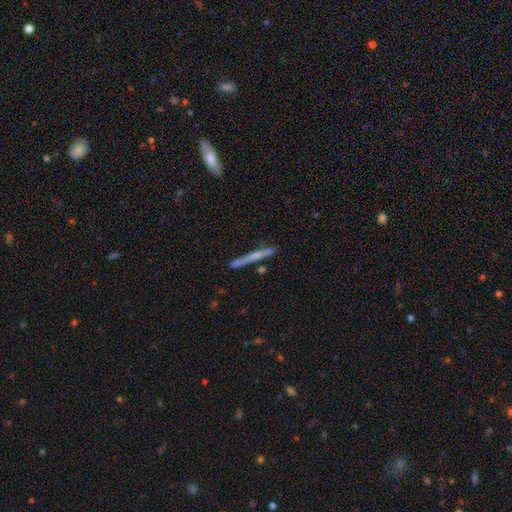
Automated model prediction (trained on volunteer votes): A featured or disk galaxy (50%) viewed edge-on (96%).

Vote fractions:
- Smooth or featured? featured or disk: 50% / smooth: 43% / star or artifact: 6%
- Edge-on disk? yes: 96% / no: 4%
- Merging? none: 79% / minor disturbance: 13% / merger: 5% / major disturbance: 3%